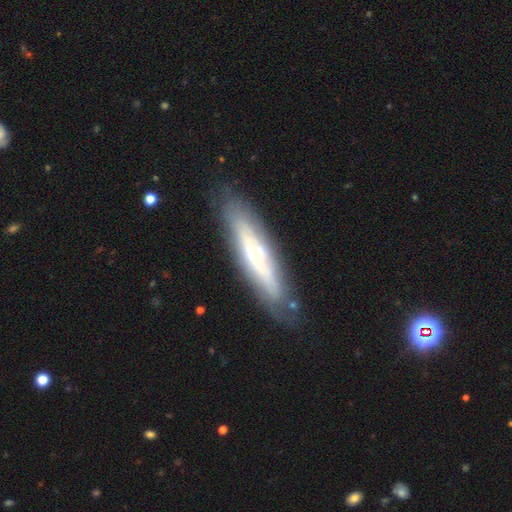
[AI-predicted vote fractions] A featured or disk galaxy (55%) viewed edge-on (67%).

Vote fractions:
- Smooth or featured? featured or disk: 55% / smooth: 38% / star or artifact: 7%
- Edge-on disk? yes: 67% / no: 33%
- Merging? none: 79% / minor disturbance: 15% / major disturbance: 4% / merger: 2%